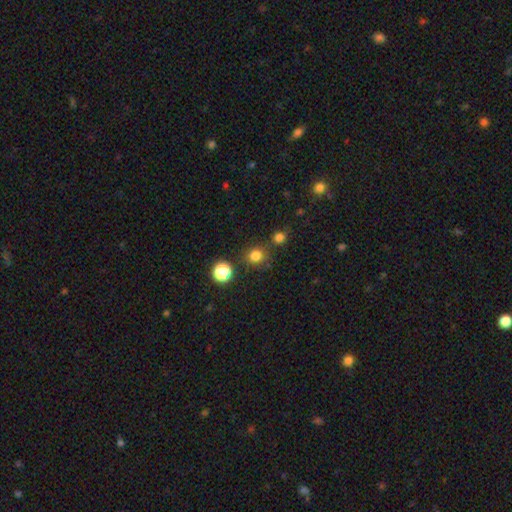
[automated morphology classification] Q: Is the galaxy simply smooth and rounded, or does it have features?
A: smooth — 78%.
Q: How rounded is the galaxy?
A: round — 85%.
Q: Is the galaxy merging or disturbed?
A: none — 76%.